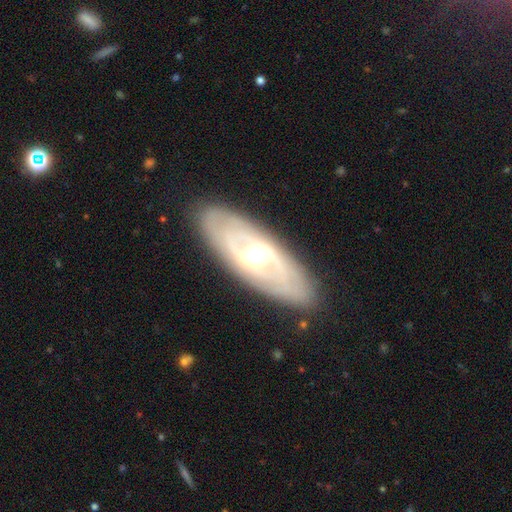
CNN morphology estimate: Smooth or featured: featured or disk — 78% (smooth — 17%)
Edge-on disk: no — 83% (yes — 17%)
Bar: weak — 43% (no — 35%)
Spiral arms: yes — 72% (no — 28%)
Bulge size: moderate — 69% (large — 18%)
Merging: none — 86% (minor disturbance — 10%)